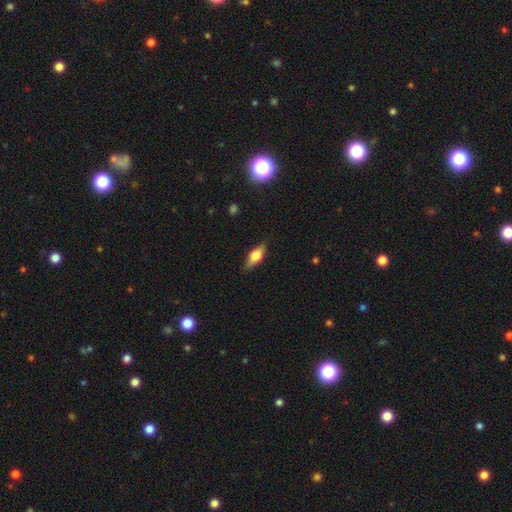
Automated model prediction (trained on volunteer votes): Overall: smooth (52%; featured or disk 40%). How rounded: in between (70%). Merging: none (83%).